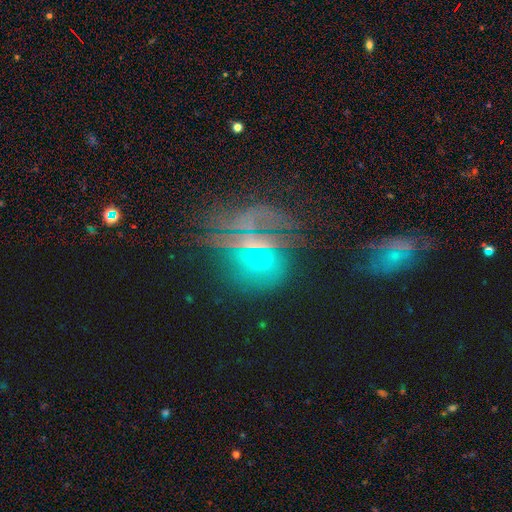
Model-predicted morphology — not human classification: Overall: star or artifact (38%; smooth 32%).